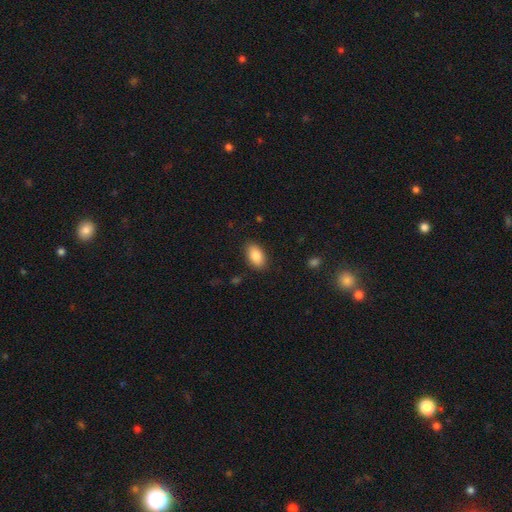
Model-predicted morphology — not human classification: Smooth or featured?
  - smooth: 87% *
  - star or artifact: 7%
  - featured or disk: 6%
How rounded?
  - in between: 93% *
  - round: 5%
  - cigar-shaped: 2%
Merging?
  - none: 86% *
  - minor disturbance: 10%
  - major disturbance: 3%
  - merger: 1%